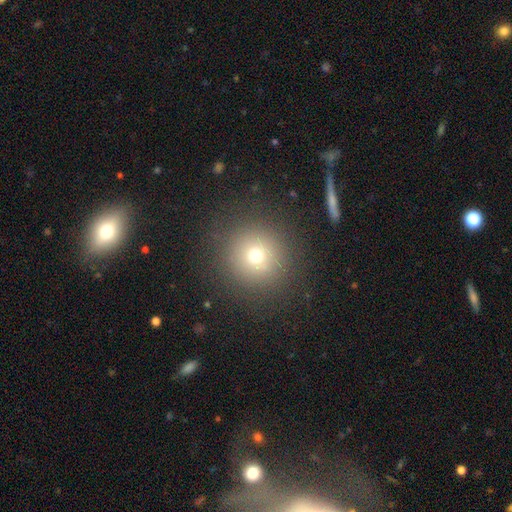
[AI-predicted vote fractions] A smooth galaxy with no disk features (68%) that is round (95%).

Vote fractions:
- Smooth or featured? smooth: 68% / star or artifact: 19% / featured or disk: 12%
- How rounded? round: 95% / in between: 4% / cigar-shaped: 1%
- Merging? none: 87% / minor disturbance: 7% / major disturbance: 4% / merger: 1%